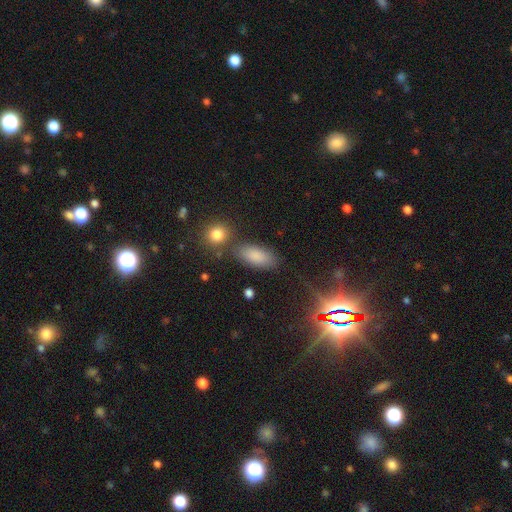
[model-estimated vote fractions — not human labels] smooth-or-featured: smooth: 82% | star or artifact: 11% | featured or disk: 7%
  how-rounded: in between: 86% | cigar-shaped: 10% | round: 4%
  merging: none: 76% | minor disturbance: 13% | merger: 7% | major disturbance: 4%